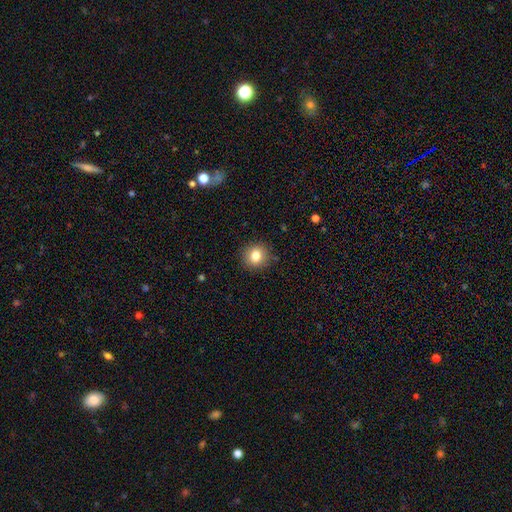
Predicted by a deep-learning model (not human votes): smooth 81%, star or artifact 11%, featured or disk 8%. Down the decision tree: how rounded — round (90%); merging — none (90%).